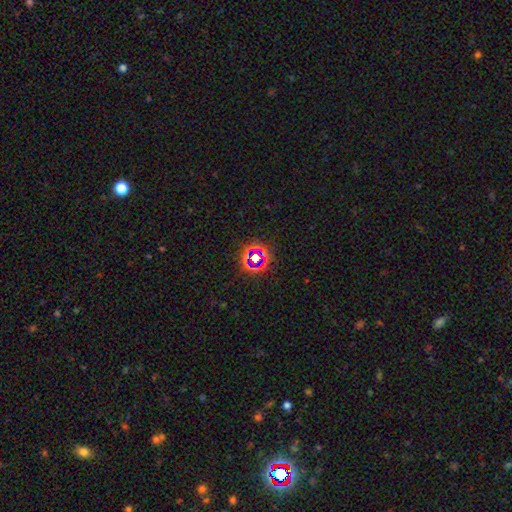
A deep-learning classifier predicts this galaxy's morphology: The model was most divided on "smooth or featured": star or artifact: 70%, smooth: 20%, featured or disk: 10%.